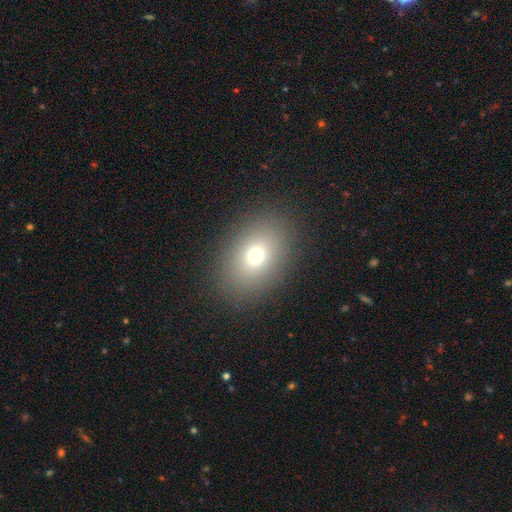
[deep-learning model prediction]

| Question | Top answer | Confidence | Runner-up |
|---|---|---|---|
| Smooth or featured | smooth | 72% | star or artifact (15%) |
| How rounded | in between | 72% | round (27%) |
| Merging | none | 87% | minor disturbance (8%) |